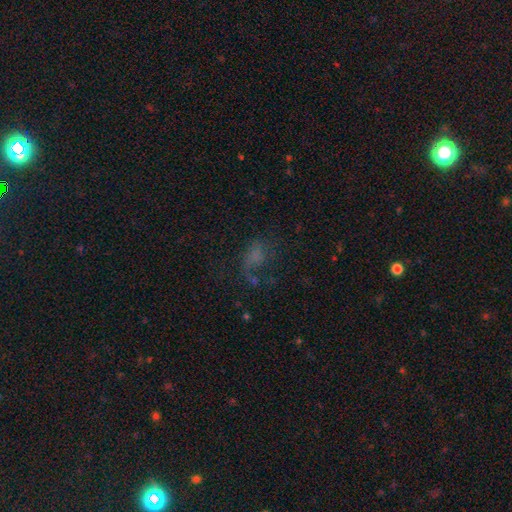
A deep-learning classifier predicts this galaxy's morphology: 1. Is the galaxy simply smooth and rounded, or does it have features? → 46% smooth, 30% featured or disk, 24% star or artifact.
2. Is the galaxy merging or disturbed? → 38% none (tied), 38% major disturbance (tied), 18% minor disturbance, 6% merger.